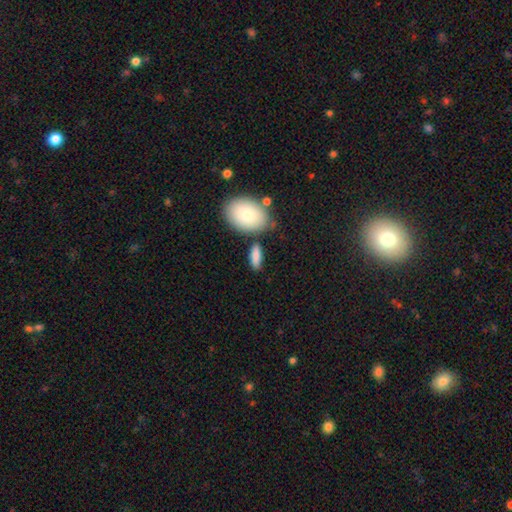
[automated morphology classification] Smooth or featured: smooth — 84% (featured or disk — 9%)
How rounded: in between — 72% (cigar-shaped — 23%)
Merging: none — 72% (minor disturbance — 14%)